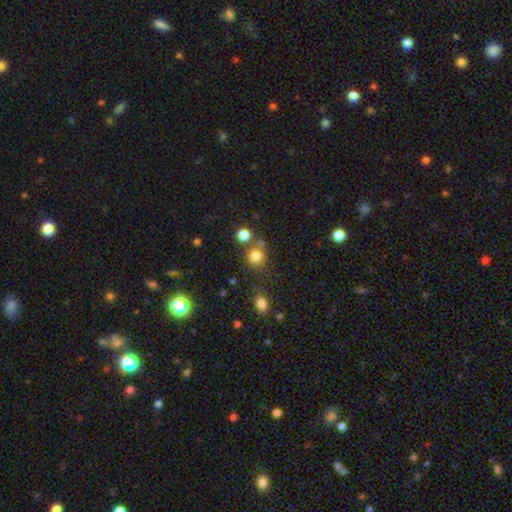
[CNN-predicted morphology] This is likely a smooth galaxy (78%). How rounded: clearly round (86%). Merging: likely none (64%).